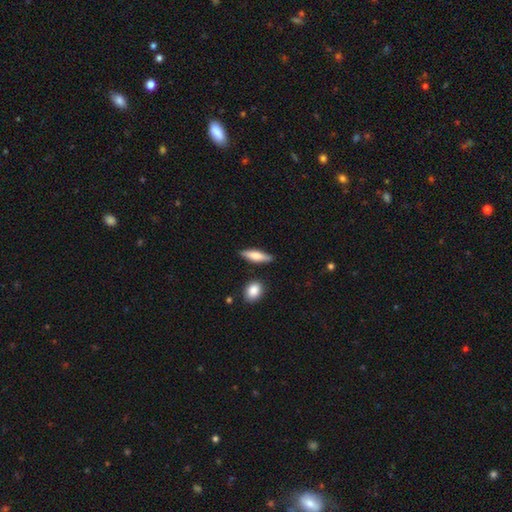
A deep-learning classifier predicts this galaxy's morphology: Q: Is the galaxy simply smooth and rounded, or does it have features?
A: smooth — 64%.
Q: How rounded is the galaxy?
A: cigar-shaped — 61%.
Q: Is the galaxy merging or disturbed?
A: none — 84%.